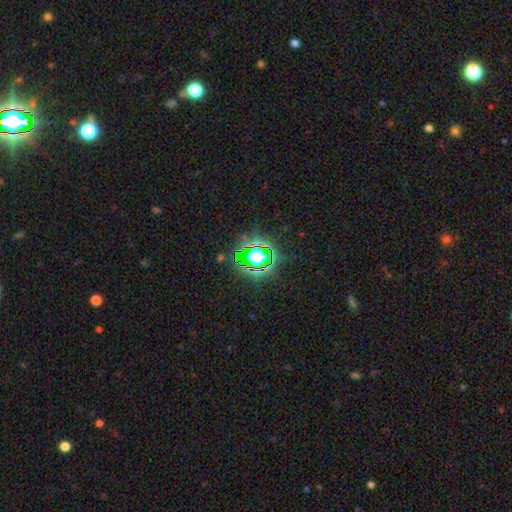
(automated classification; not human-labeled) A star or artifact, not a galaxy (68%).

Vote fractions:
- Smooth or featured? star or artifact: 68% / smooth: 20% / featured or disk: 12%